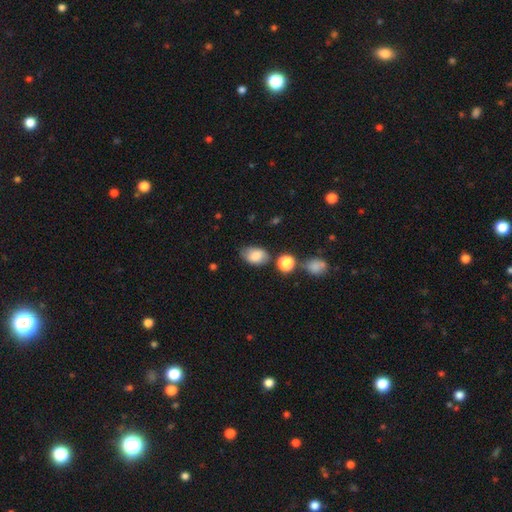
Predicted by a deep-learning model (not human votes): A smooth galaxy with no disk features (80%) that is in between round and cigar-shaped (84%).

Vote fractions:
- Smooth or featured? smooth: 80% / featured or disk: 11% / star or artifact: 9%
- How rounded? in between: 84% / round: 15% / cigar-shaped: 1%
- Merging? none: 61% / minor disturbance: 25% / merger: 8% / major disturbance: 7%